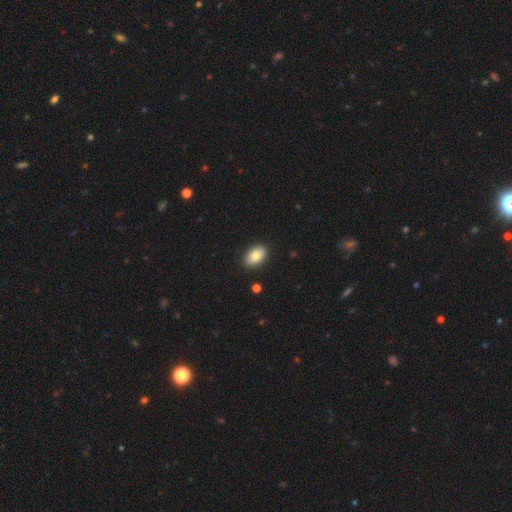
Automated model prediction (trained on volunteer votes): smooth-or-featured: smooth: 82% | featured or disk: 10% | star or artifact: 7%
  how-rounded: in between: 92% | round: 7% | cigar-shaped: 1%
  merging: none: 89% | minor disturbance: 8% | major disturbance: 2% | merger: 1%